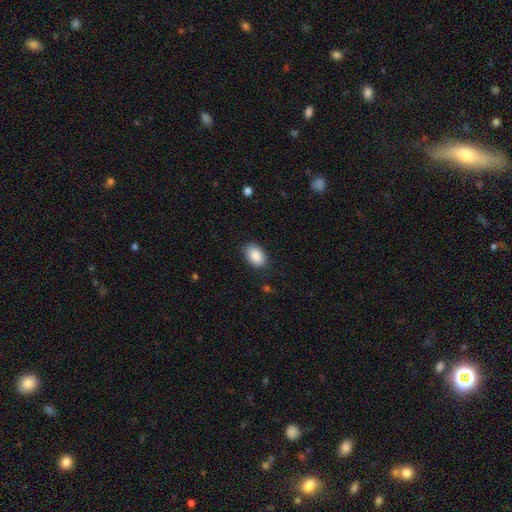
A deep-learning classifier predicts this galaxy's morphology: This is clearly a smooth galaxy (88%). How rounded: clearly in between (90%). Merging: clearly none (85%).